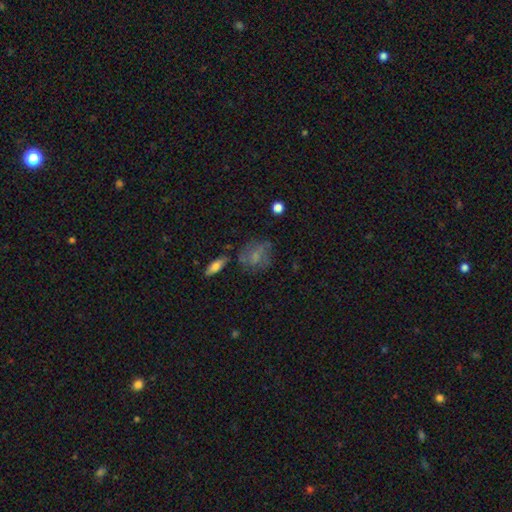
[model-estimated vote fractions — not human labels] smooth-or-featured: smooth: 56% | featured or disk: 33% | star or artifact: 11%
  how-rounded: round: 59% | in between: 38% | cigar-shaped: 3%
  merging: none: 58% | minor disturbance: 23% | major disturbance: 13% | merger: 6%